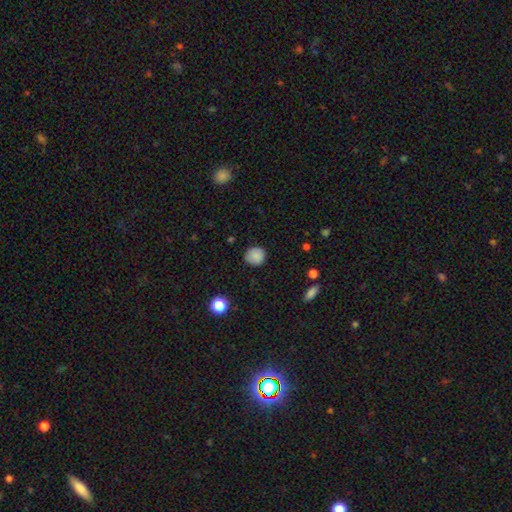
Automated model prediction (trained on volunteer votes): Morphology: type=smooth (85%); roundness=round (90%); merging=none (83%).